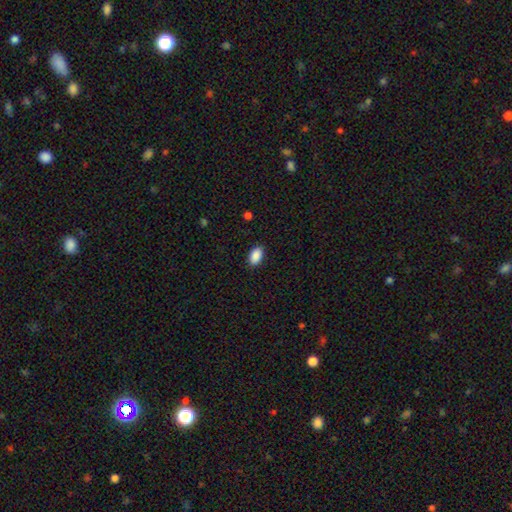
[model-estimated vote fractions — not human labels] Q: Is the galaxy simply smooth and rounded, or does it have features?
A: smooth — 90%.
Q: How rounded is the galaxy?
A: in between — 93%.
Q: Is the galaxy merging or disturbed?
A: none — 87%.